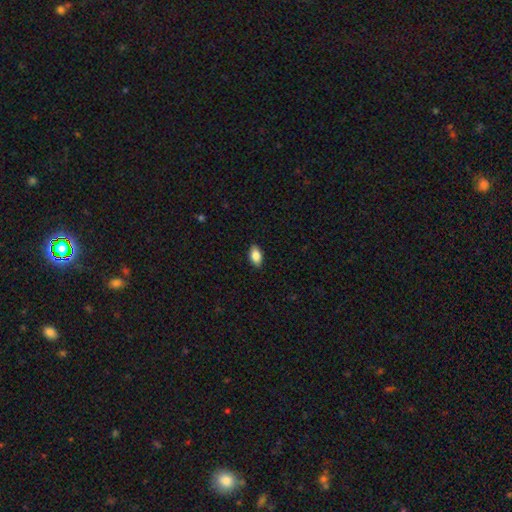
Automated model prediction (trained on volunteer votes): Smooth or featured?
  - smooth: 83% *
  - featured or disk: 9%
  - star or artifact: 7%
How rounded?
  - in between: 91% *
  - round: 5%
  - cigar-shaped: 4%
Merging?
  - none: 88% *
  - minor disturbance: 9%
  - major disturbance: 2%
  - merger: 1%